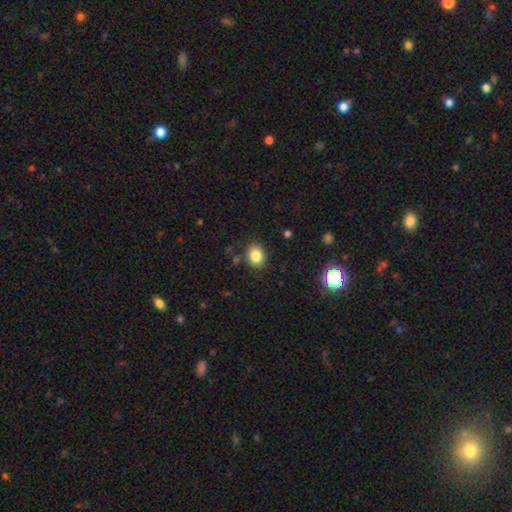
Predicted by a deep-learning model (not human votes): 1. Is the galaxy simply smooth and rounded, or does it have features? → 84% smooth, 10% star or artifact, 6% featured or disk.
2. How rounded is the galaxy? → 61% in between, 38% round, 1% cigar-shaped.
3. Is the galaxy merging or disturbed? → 84% none, 11% minor disturbance, 3% major disturbance, 2% merger.